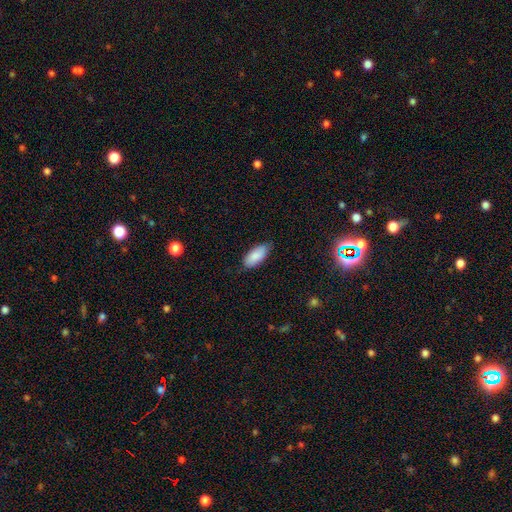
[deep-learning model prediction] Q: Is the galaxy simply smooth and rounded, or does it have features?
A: smooth — 86%.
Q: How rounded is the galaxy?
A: in between — 90%.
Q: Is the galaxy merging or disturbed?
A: none — 78%.